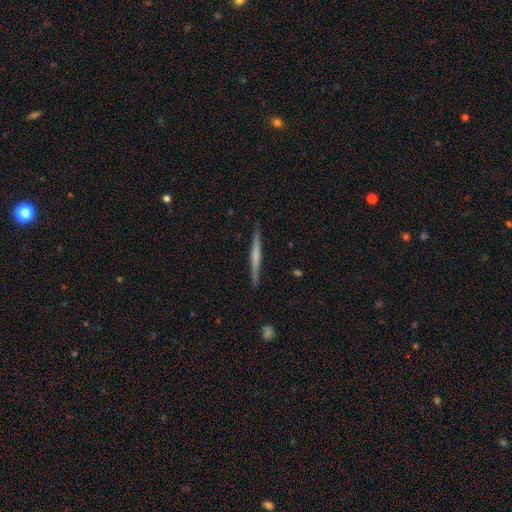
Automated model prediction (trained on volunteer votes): Overall: featured or disk (54%; smooth 40%). Edge-on disk: yes (98%). Edge-on bulge: none (58%; rounded 32%). Merging: none (91%).